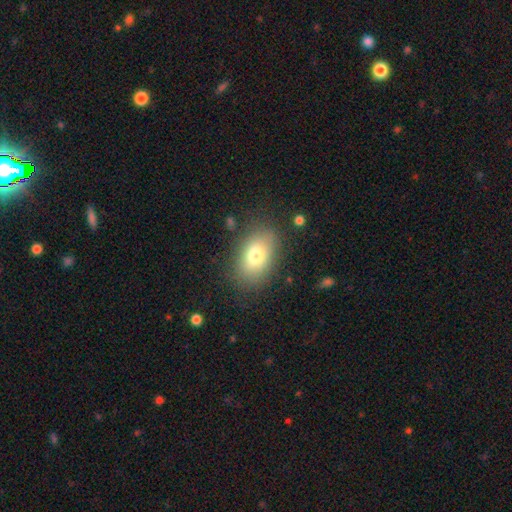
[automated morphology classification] A smooth galaxy with no disk features (75%) that is in between round and cigar-shaped (83%).

Vote fractions:
- Smooth or featured? smooth: 75% / featured or disk: 15% / star or artifact: 10%
- How rounded? in between: 83% / round: 16% / cigar-shaped: 2%
- Merging? none: 80% / minor disturbance: 13% / major disturbance: 5% / merger: 2%